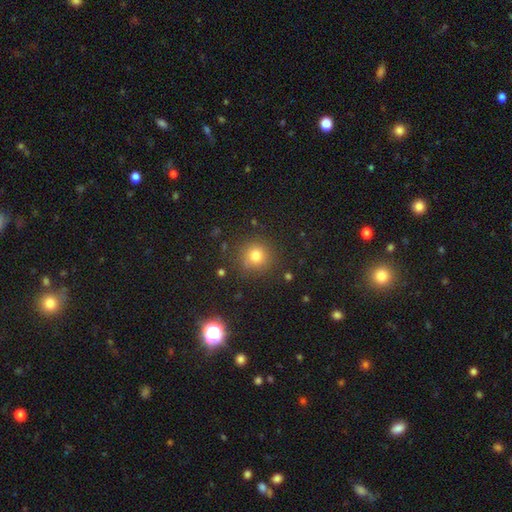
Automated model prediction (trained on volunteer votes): smooth-or-featured: smooth: 77% | star or artifact: 16% | featured or disk: 7%
  how-rounded: round: 92% | in between: 7% | cigar-shaped: 1%
  merging: none: 84% | minor disturbance: 9% | major disturbance: 4% | merger: 3%